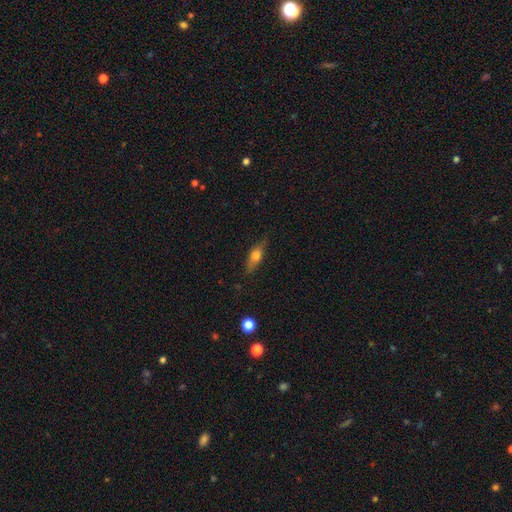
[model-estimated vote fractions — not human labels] Overall: smooth (53%; featured or disk 40%). How rounded: in between (48%; cigar-shaped 47%). Merging: none (80%).